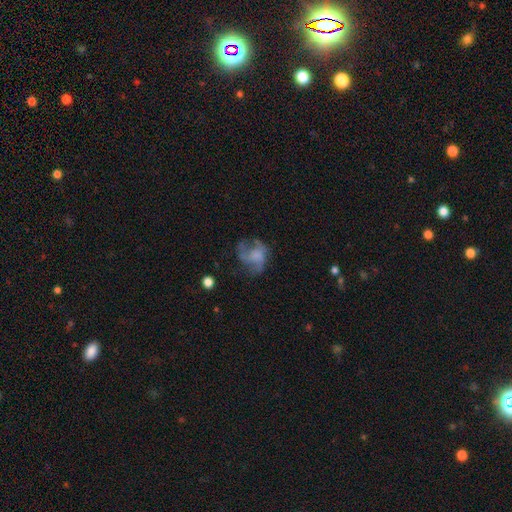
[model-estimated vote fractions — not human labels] A featured or disk galaxy (48%).

Vote fractions:
- Smooth or featured? featured or disk: 48% / smooth: 41% / star or artifact: 11%
- Merging? none: 41% / major disturbance: 35% / minor disturbance: 22% / merger: 3%